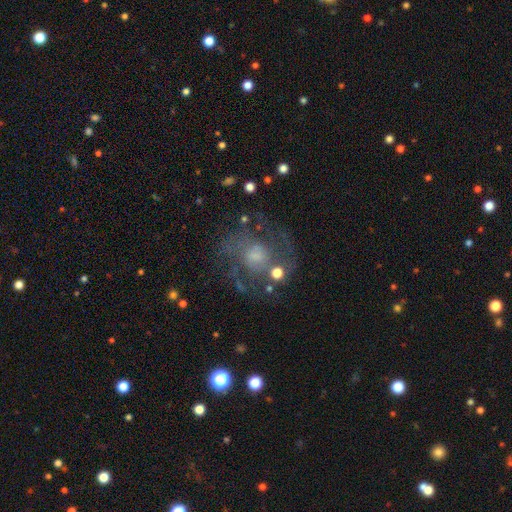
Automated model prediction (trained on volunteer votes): The model was most divided on "spiral arm count": 2: 37%, can't tell: 33%, 3: 14%, 4: 6%, 1: 5%, more than 4: 5%. Remaining: edge-on disk — no (98%); spiral arms — yes (82%); smooth or featured — featured or disk (71%); bar — no (66%); merging — none (64%); spiral winding — medium (49%); bulge size — moderate (42%).